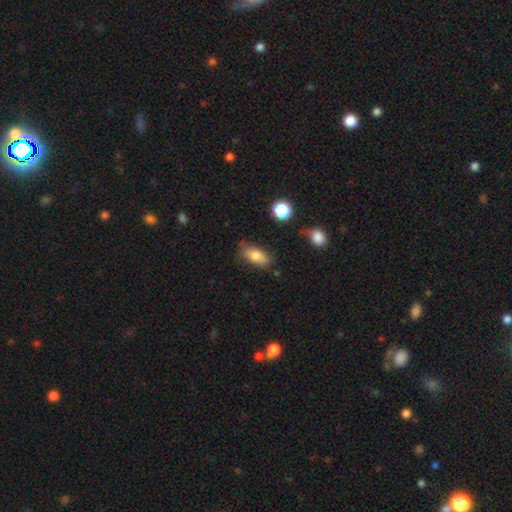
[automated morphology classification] Smooth or featured? Predicted: smooth (p=0.81). How rounded? Predicted: in between (p=0.86). Merging? Predicted: none (p=0.73).